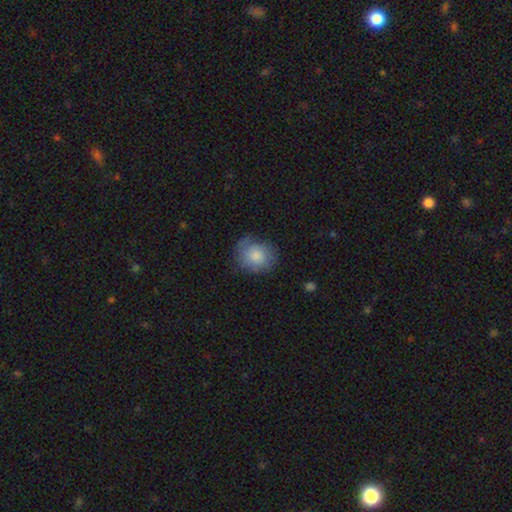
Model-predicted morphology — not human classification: smooth_or_featured: smooth (p=0.77) [alt: featured or disk p=0.16]
how_rounded: round (p=0.68) [alt: in between p=0.31]
merging: none (p=0.63) [alt: minor disturbance p=0.26]